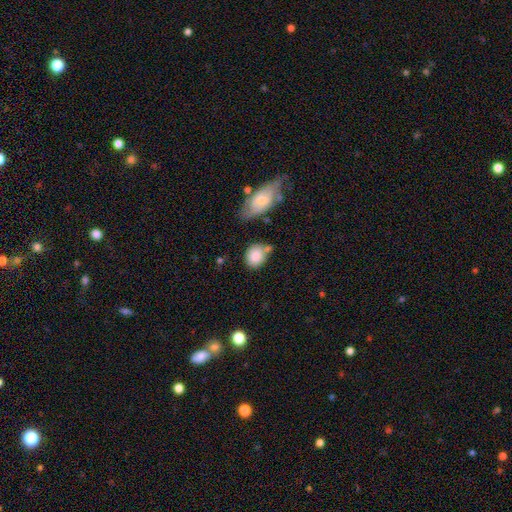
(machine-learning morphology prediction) Overall: smooth (85%). How rounded: round (58%; in between 41%). Merging: none (53%; minor disturbance 24%).